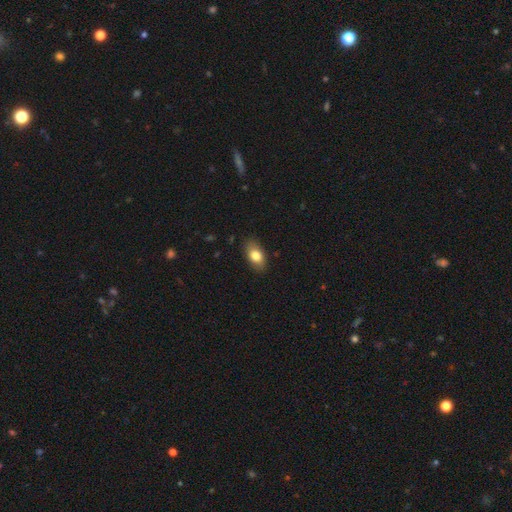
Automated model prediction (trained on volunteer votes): Smooth or featured: smooth — 81% (featured or disk — 12%)
How rounded: in between — 90% (round — 8%)
Merging: none — 85% (minor disturbance — 12%)